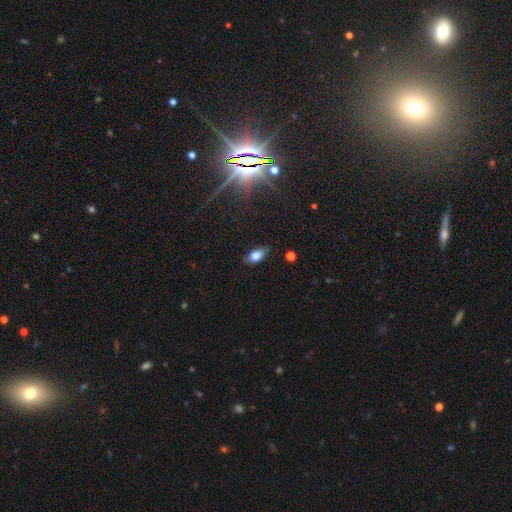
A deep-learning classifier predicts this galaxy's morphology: Smooth or featured: smooth — 75% (featured or disk — 15%)
How rounded: in between — 87% (cigar-shaped — 8%)
Merging: none — 82% (minor disturbance — 14%)